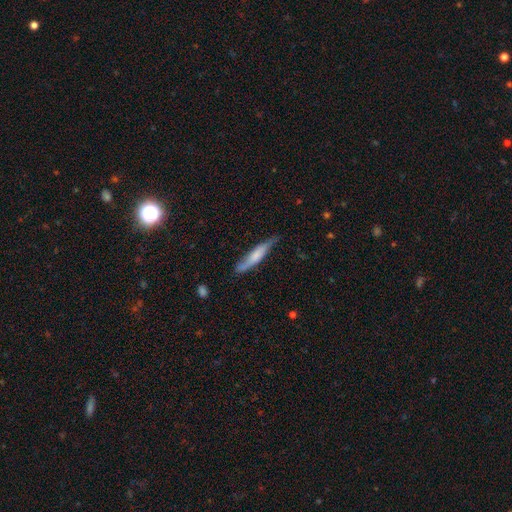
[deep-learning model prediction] Smooth or featured?
  - smooth: 59% *
  - featured or disk: 36%
  - star or artifact: 5%
How rounded?
  - cigar-shaped: 87% *
  - in between: 11%
  - round: 2%
Merging?
  - none: 68% *
  - minor disturbance: 26%
  - major disturbance: 4%
  - merger: 2%